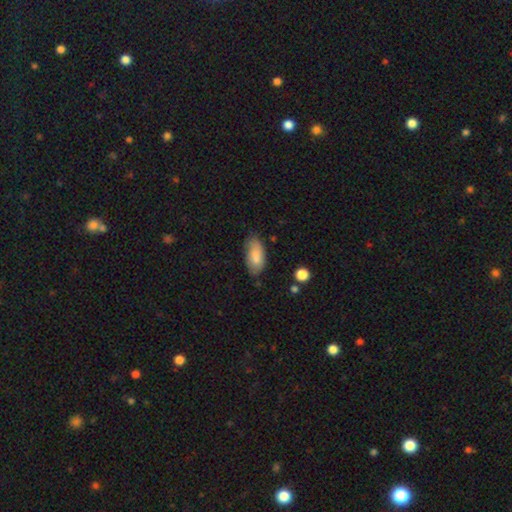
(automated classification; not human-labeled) smooth 83%, featured or disk 11%, star or artifact 6%. Down the decision tree: how rounded — in between (91%); merging — none (68%).